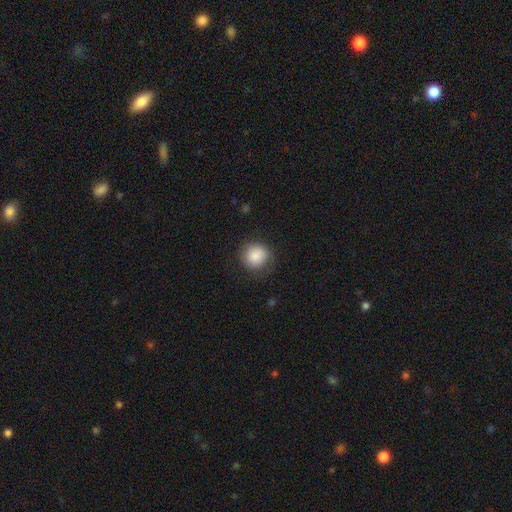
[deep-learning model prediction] This appears to be a smooth galaxy with no disk features (87%) that is round (89%). Merging: none (82%).